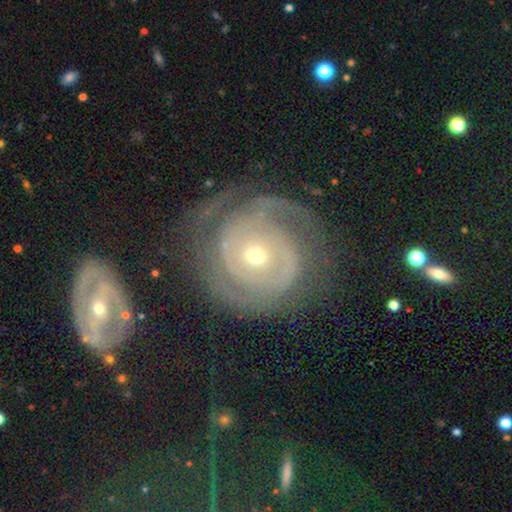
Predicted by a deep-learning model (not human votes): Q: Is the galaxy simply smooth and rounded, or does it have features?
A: featured or disk — 84%.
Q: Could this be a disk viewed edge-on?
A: no — 97%.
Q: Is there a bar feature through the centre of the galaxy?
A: no — 73%.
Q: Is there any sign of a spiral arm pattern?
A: yes — 90%.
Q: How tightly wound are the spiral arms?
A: tight — 68%.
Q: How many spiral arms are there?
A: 2 — 49%.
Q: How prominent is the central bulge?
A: small — 59%.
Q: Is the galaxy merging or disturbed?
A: none — 65%.